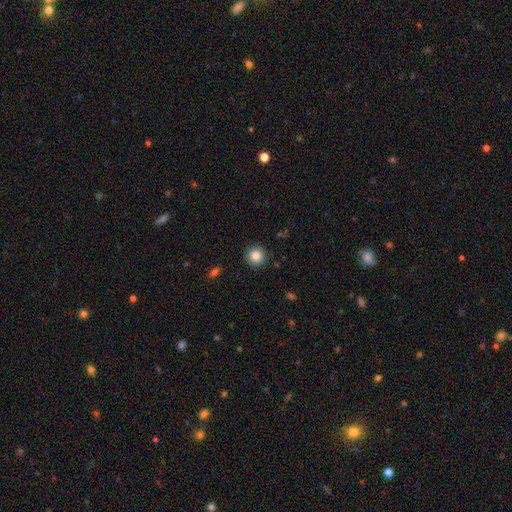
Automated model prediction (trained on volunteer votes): Smooth or featured?
  - smooth: 85% *
  - star or artifact: 10%
  - featured or disk: 6%
How rounded?
  - round: 94% *
  - in between: 5%
  - cigar-shaped: 1%
Merging?
  - none: 91% *
  - minor disturbance: 6%
  - major disturbance: 2%
  - merger: 1%